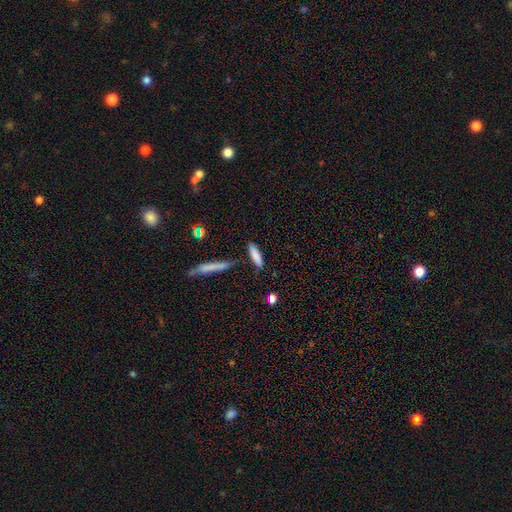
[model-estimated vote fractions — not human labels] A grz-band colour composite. It shows a smooth galaxy with no disk features (83%) that is cigar-shaped (65%). Merging: none (77%).